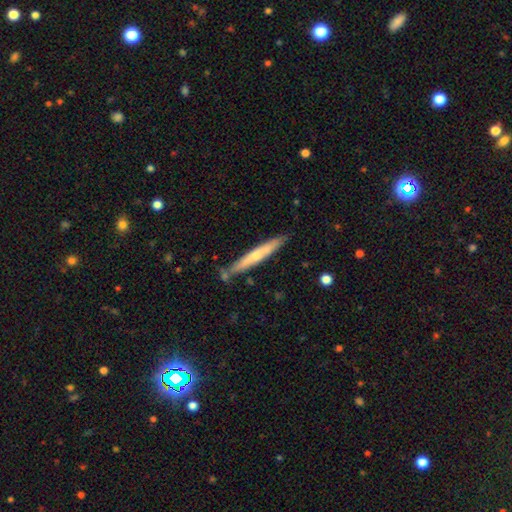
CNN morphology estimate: A featured or disk galaxy (53%) viewed edge-on (91%). Merging: none (81%).